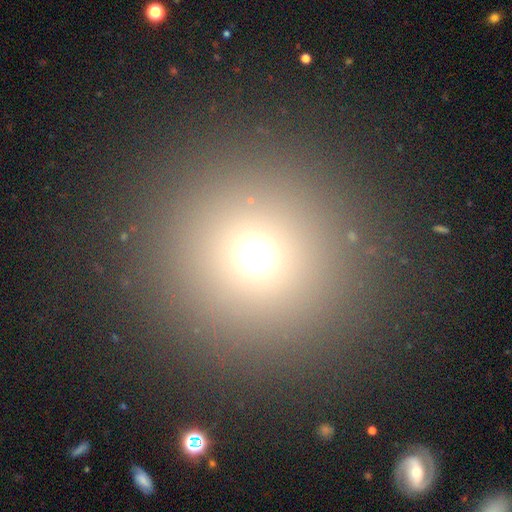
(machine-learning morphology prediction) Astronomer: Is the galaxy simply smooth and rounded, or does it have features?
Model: smooth — 67%.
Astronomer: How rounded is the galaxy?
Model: round — 95%.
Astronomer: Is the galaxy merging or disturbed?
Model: none — 89%.